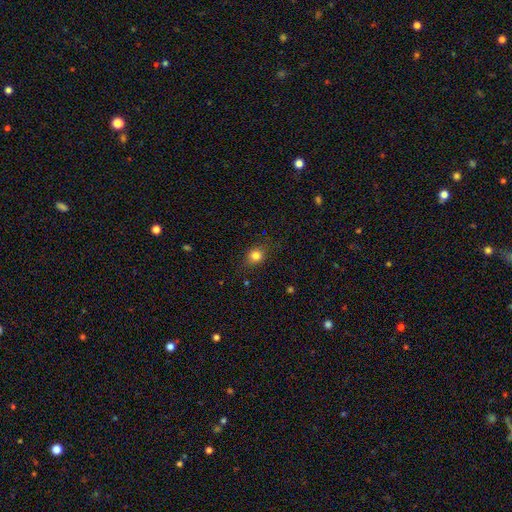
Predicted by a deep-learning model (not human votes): Q: Smooth or featured?
A: smooth (81%); runner-up: star or artifact (12%)
Q: How rounded?
A: round (64%); runner-up: in between (34%)
Q: Merging?
A: none (81%); runner-up: minor disturbance (14%)